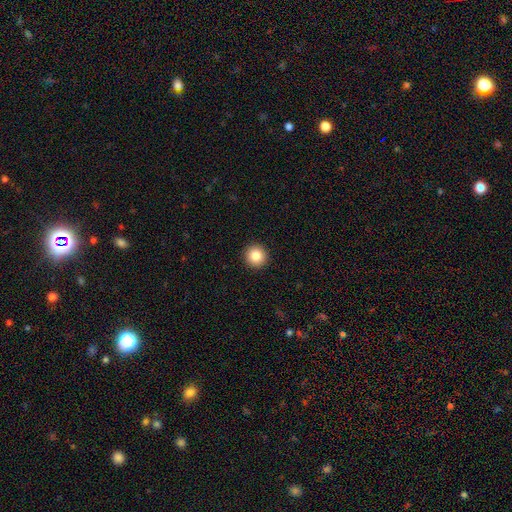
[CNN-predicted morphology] This appears to be a smooth galaxy with no disk features (84%) that is round (96%). Merging: none (94%).